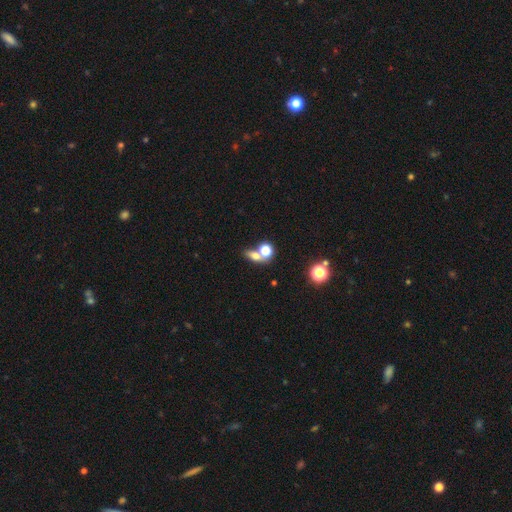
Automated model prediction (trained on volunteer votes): Morphology: type=smooth (68%); roundness=in between (58%); merging=merger (46%).